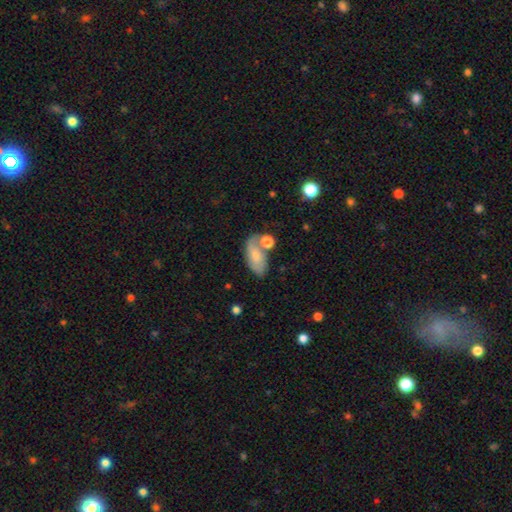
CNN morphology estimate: type=smooth (60%); roundness=in between (89%); merging=none (47%).